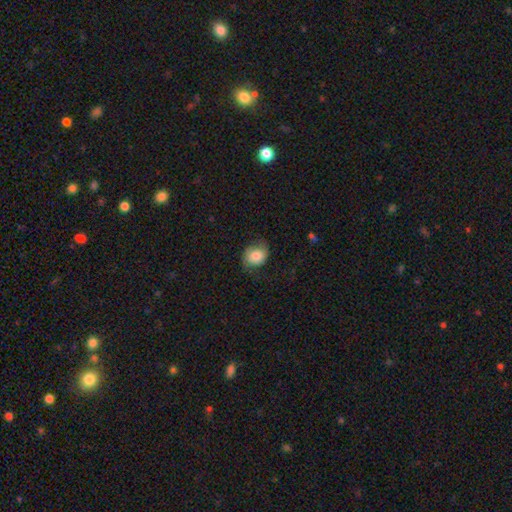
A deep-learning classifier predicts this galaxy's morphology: Q: Smooth or featured?
A: smooth (73%); runner-up: featured or disk (19%)
Q: How rounded?
A: round (51%); runner-up: in between (48%)
Q: Merging?
A: none (60%); runner-up: minor disturbance (27%)